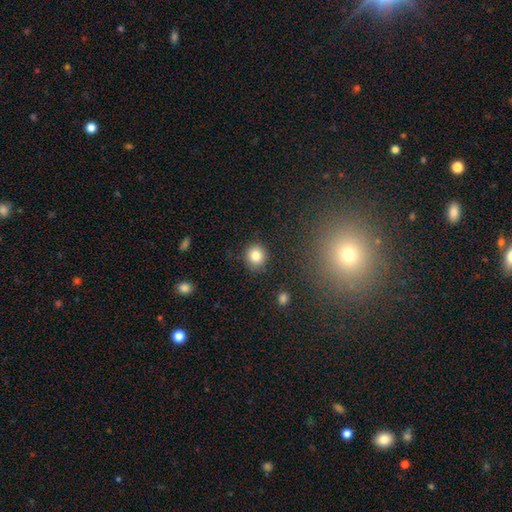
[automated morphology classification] smooth-or-featured: smooth: 83% | star or artifact: 11% | featured or disk: 7%
  how-rounded: round: 87% | in between: 12% | cigar-shaped: 1%
  merging: none: 90% | minor disturbance: 7% | major disturbance: 2% | merger: 2%